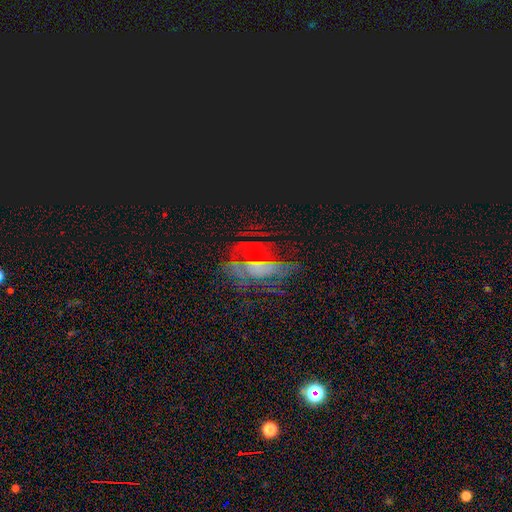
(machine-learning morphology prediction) Q: Smooth or featured?
A: featured or disk (48%); runner-up: star or artifact (34%)
Q: Merging?
A: none (51%); runner-up: major disturbance (24%)